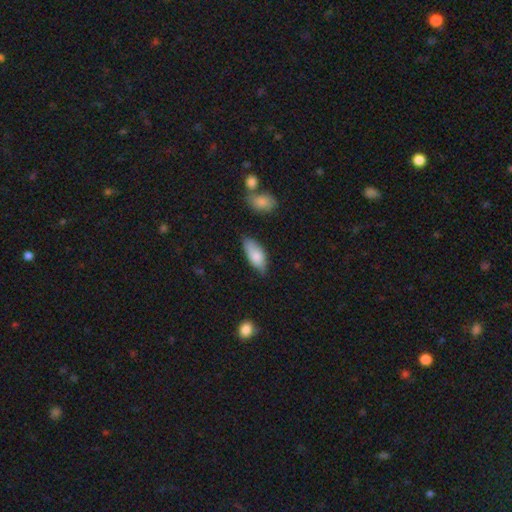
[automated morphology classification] A smooth galaxy with no disk features (80%) that is in between round and cigar-shaped (87%).

Vote fractions:
- Smooth or featured? smooth: 80% / featured or disk: 14% / star or artifact: 6%
- How rounded? in between: 87% / cigar-shaped: 10% / round: 2%
- Merging? none: 61% / minor disturbance: 30% / major disturbance: 6% / merger: 3%